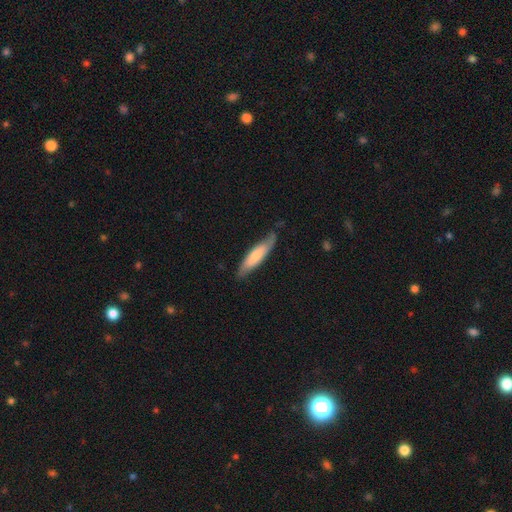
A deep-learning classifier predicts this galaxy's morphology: A smooth galaxy with no disk features (63%) that is cigar-shaped (78%). Merging: none (75%).